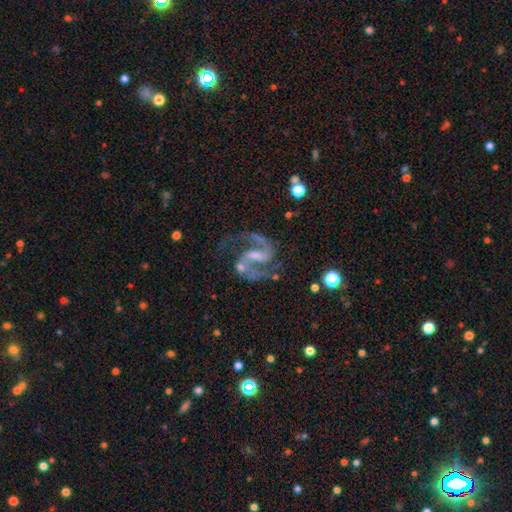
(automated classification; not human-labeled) featured or disk 91%, star or artifact 6%, smooth 4%. Down the decision tree: edge-on disk — no (98%); bar — weak (45%); spiral arms — yes (98%); spiral arm count — 2 (93%); spiral winding — medium (61%); bulge size — small (43%); merging — none (66%).